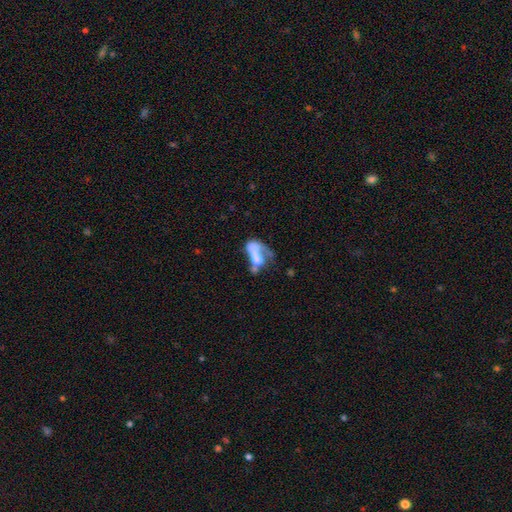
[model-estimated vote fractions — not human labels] Q: Smooth or featured?
A: featured or disk (50%); runner-up: smooth (40%)
Q: Merging?
A: merger (37%); runner-up: major disturbance (36%)